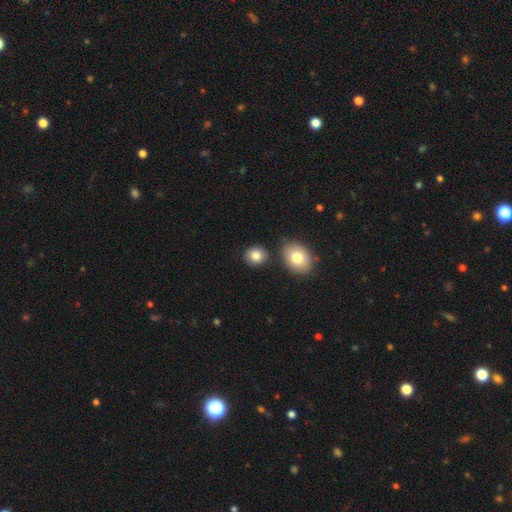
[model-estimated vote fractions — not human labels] smooth_or_featured: smooth (p=0.84) [alt: star or artifact p=0.09]
how_rounded: round (p=0.75) [alt: in between p=0.24]
merging: none (p=0.82) [alt: minor disturbance p=0.09]